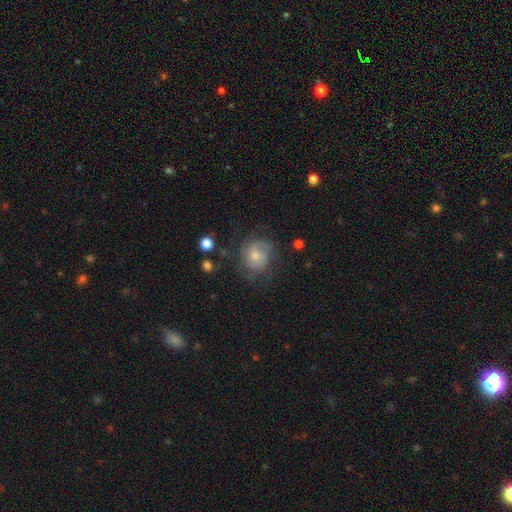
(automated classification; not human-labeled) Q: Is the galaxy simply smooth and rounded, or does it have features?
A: featured or disk — 55%.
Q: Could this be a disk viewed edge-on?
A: no — 98%.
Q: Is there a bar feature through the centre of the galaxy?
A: no — 74%.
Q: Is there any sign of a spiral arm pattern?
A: yes — 80%.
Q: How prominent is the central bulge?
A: small — 52%.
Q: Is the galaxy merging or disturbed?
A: none — 57%.